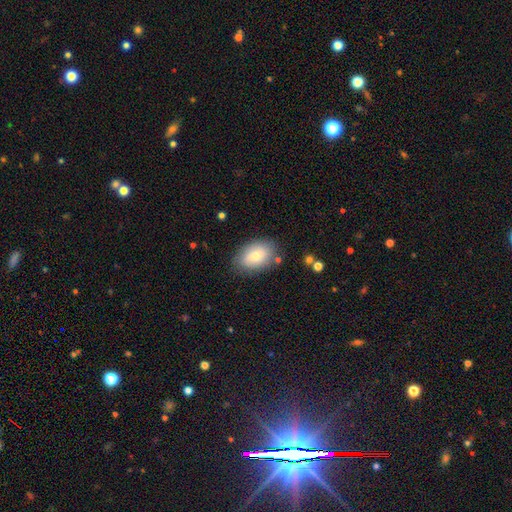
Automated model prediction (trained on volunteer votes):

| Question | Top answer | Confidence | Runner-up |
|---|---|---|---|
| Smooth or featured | smooth | 72% | featured or disk (20%) |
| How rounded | in between | 86% | round (13%) |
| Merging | none | 79% | minor disturbance (15%) |